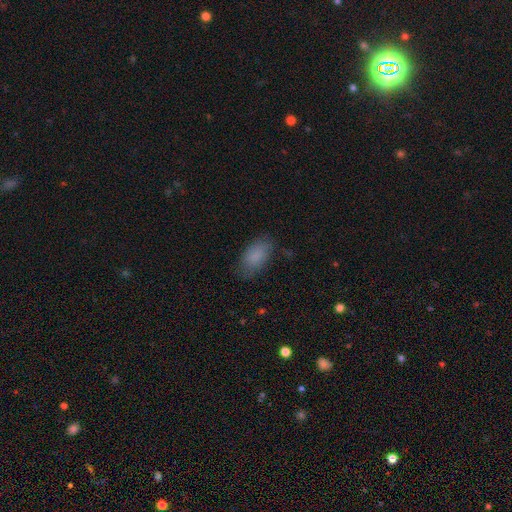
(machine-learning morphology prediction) smooth_or_featured: smooth (p=0.85) [alt: featured or disk p=0.08]
how_rounded: in between (p=0.93) [alt: round p=0.04]
merging: none (p=0.73) [alt: minor disturbance p=0.20]